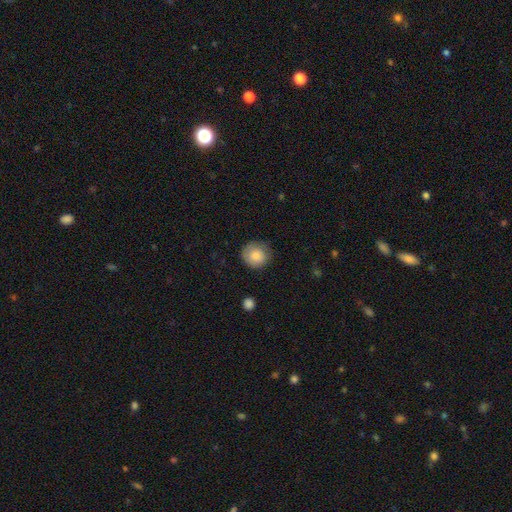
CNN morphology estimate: Smooth or featured? Predicted: smooth (p=0.84). How rounded? Predicted: round (p=0.88). Merging? Predicted: none (p=0.78).